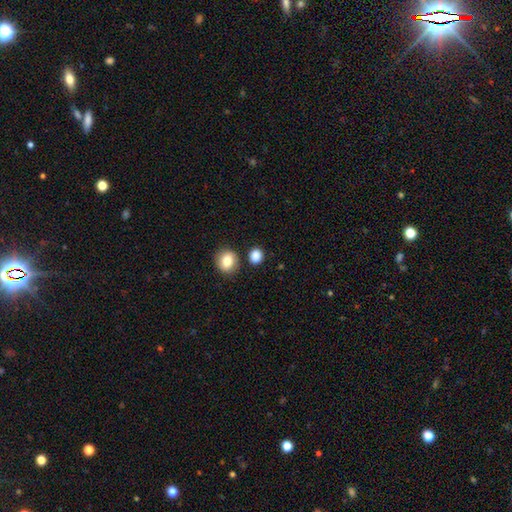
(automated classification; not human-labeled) smooth 86%, star or artifact 10%, featured or disk 4%. Down the decision tree: how rounded — round (79%); merging — none (82%).